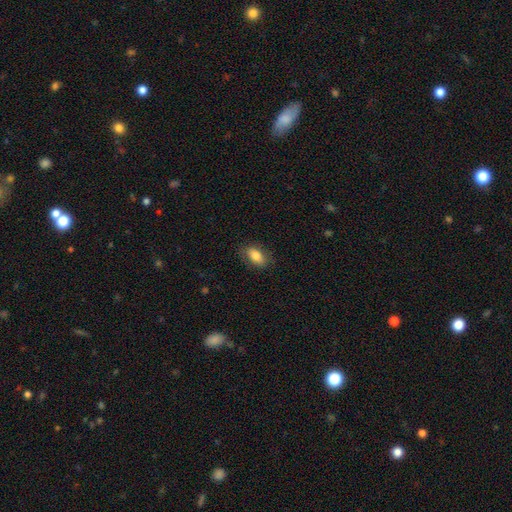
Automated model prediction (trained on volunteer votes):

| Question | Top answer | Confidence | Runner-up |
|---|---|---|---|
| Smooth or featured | smooth | 80% | featured or disk (13%) |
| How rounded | in between | 90% | round (7%) |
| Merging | none | 80% | minor disturbance (14%) |